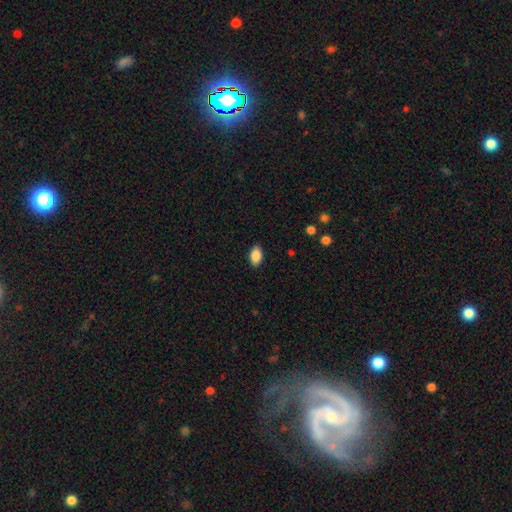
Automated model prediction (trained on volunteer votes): Smooth or featured? smooth (88%)
How rounded? in between (92%)
Merging? none (88%)